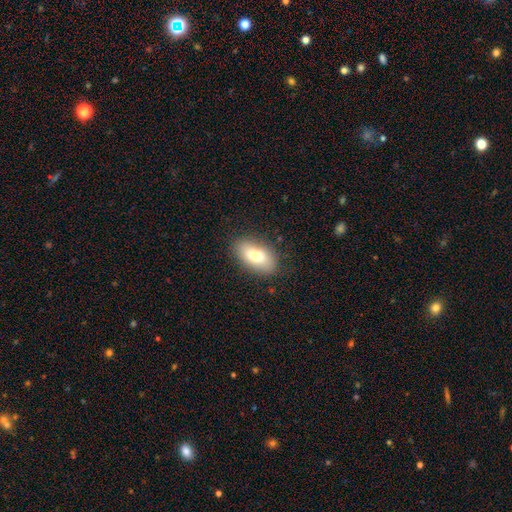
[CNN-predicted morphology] Overall: smooth (75%). How rounded: in between (90%). Merging: none (84%).